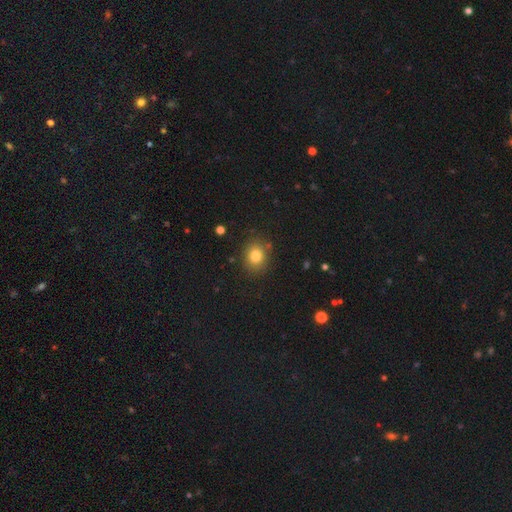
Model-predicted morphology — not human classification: Smooth or featured: smooth — 81% (star or artifact — 12%)
How rounded: round — 66% (in between — 33%)
Merging: none — 84% (minor disturbance — 10%)